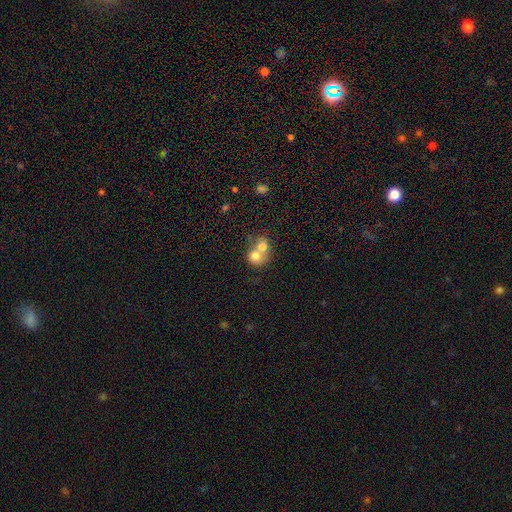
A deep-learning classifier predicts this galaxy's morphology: Smooth or featured? Predicted: smooth (p=0.72). How rounded? Predicted: round (p=0.68). Merging? Predicted: merger (p=0.72).